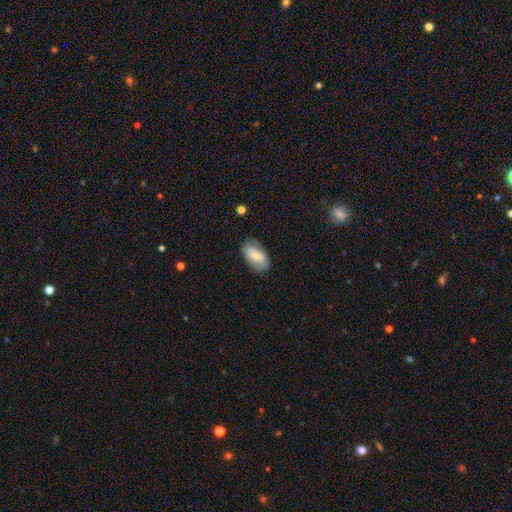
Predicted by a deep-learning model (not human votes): smooth 63%, featured or disk 31%, star or artifact 7%. Down the decision tree: how rounded — in between (93%); merging — none (72%).